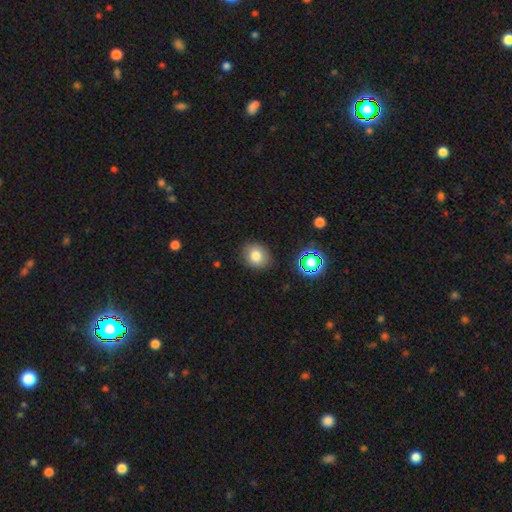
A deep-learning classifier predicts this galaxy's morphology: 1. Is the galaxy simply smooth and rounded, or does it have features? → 78% smooth, 13% star or artifact, 8% featured or disk.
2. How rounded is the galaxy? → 67% round, 32% in between, 1% cigar-shaped.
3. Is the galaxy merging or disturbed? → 84% none, 11% minor disturbance, 3% major disturbance, 2% merger.